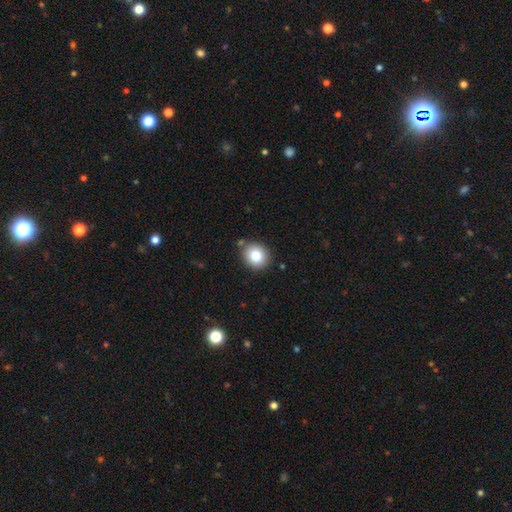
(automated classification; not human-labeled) smooth-or-featured: smooth: 83% | star or artifact: 10% | featured or disk: 8%
  how-rounded: round: 80% | in between: 19% | cigar-shaped: 1%
  merging: none: 84% | minor disturbance: 10% | merger: 4% | major disturbance: 2%